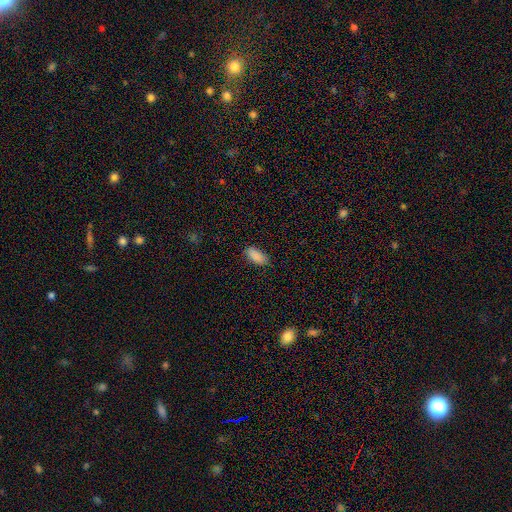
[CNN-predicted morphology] Smooth or featured? Predicted: smooth (p=0.89). How rounded? Predicted: in between (p=0.90). Merging? Predicted: none (p=0.81).